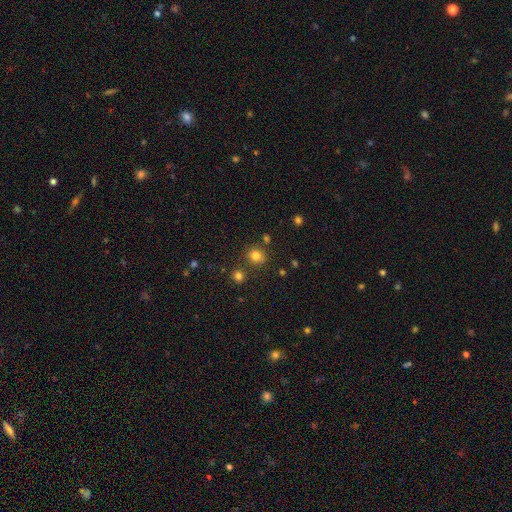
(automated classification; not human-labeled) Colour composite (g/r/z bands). It shows a smooth galaxy with no disk features (79%) that is round (83%). Merging: none (78%).